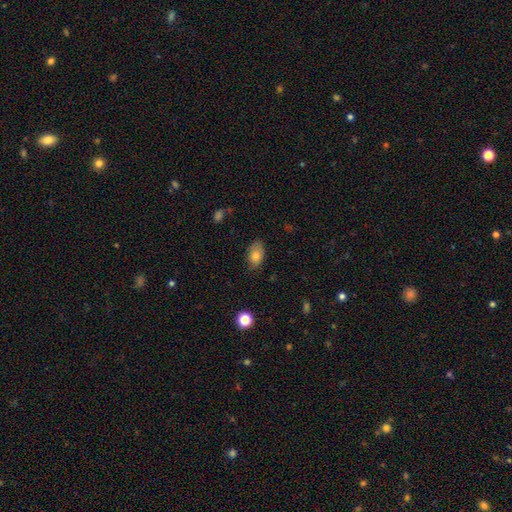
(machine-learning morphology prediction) Q: Smooth or featured?
A: smooth (79%); runner-up: featured or disk (13%)
Q: How rounded?
A: in between (89%); runner-up: round (9%)
Q: Merging?
A: none (75%); runner-up: minor disturbance (20%)